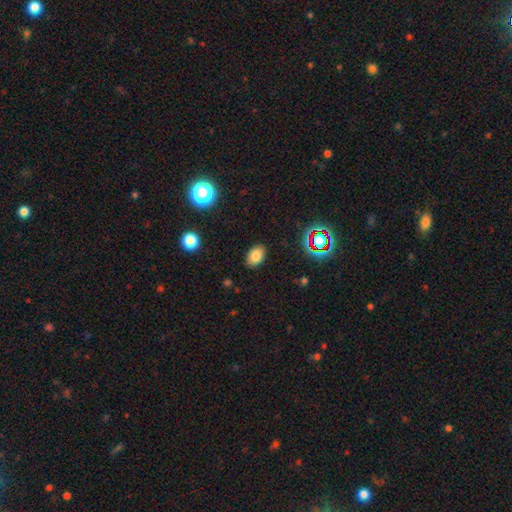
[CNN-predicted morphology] Smooth or featured?
  - smooth: 80% *
  - star or artifact: 12%
  - featured or disk: 8%
How rounded?
  - in between: 85% *
  - round: 14%
  - cigar-shaped: 1%
Merging?
  - none: 87% *
  - minor disturbance: 10%
  - major disturbance: 2%
  - merger: 1%